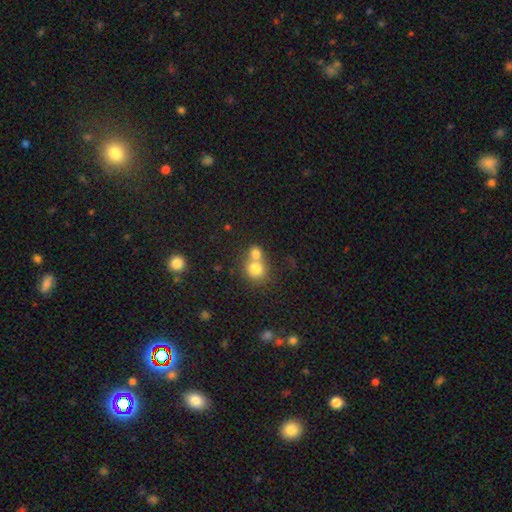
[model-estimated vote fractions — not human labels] The model was most divided on "merging": merger: 50%, none: 42%, minor disturbance: 6%, major disturbance: 2%. More confident: how rounded — round (84%); smooth or featured — smooth (74%).